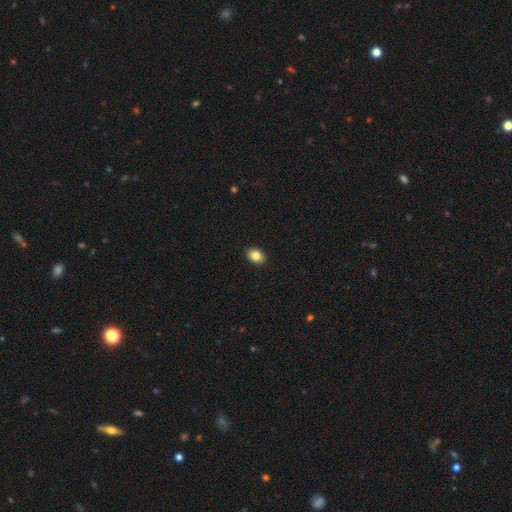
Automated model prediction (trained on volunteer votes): smooth_or_featured: smooth (p=0.84) [alt: star or artifact p=0.09]
how_rounded: in between (p=0.74) [alt: round p=0.25]
merging: none (p=0.91) [alt: minor disturbance p=0.07]